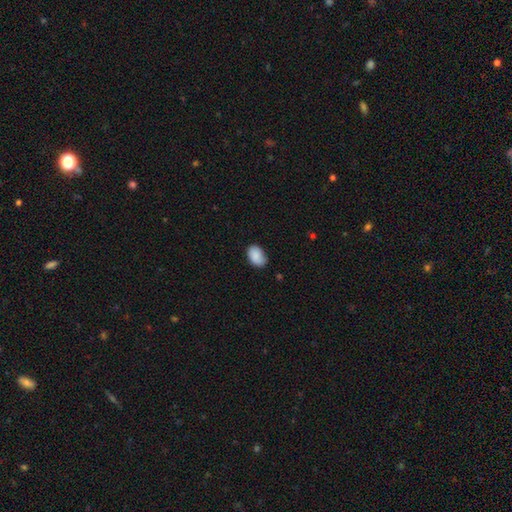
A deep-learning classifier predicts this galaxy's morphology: smooth 87%, star or artifact 7%, featured or disk 6%. Down the decision tree: how rounded — in between (86%); merging — none (72%).